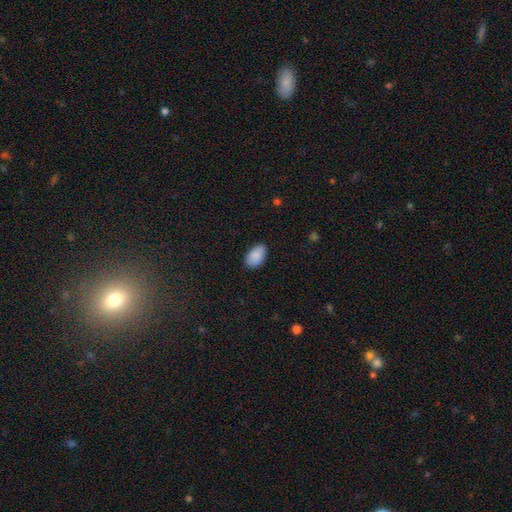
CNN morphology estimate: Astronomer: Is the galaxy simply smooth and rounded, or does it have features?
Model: smooth — 90%.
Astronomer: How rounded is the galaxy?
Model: in between — 94%.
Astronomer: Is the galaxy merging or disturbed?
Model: none — 87%.